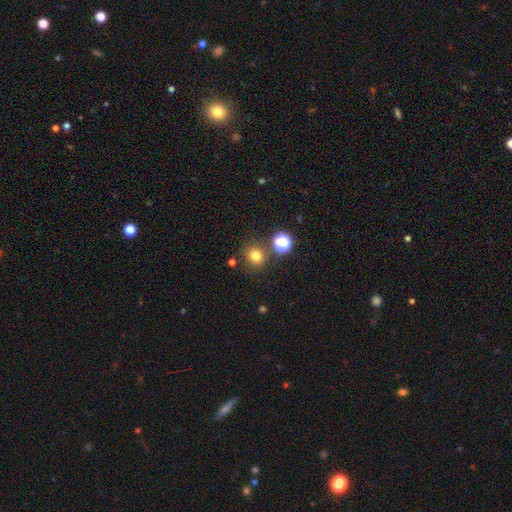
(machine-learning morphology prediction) smooth-or-featured: smooth: 76% | star or artifact: 17% | featured or disk: 7%
  how-rounded: round: 84% | in between: 15% | cigar-shaped: 1%
  merging: none: 79% | minor disturbance: 10% | merger: 8% | major disturbance: 4%